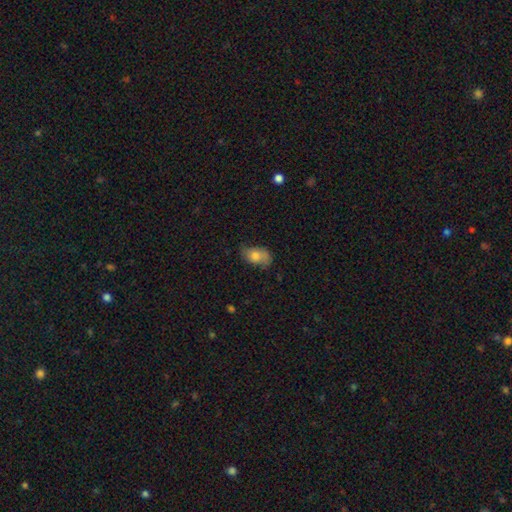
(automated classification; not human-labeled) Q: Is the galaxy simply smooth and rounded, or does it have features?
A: smooth — 71%.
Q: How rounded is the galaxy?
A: in between — 89%.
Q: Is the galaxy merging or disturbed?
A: none — 59%.